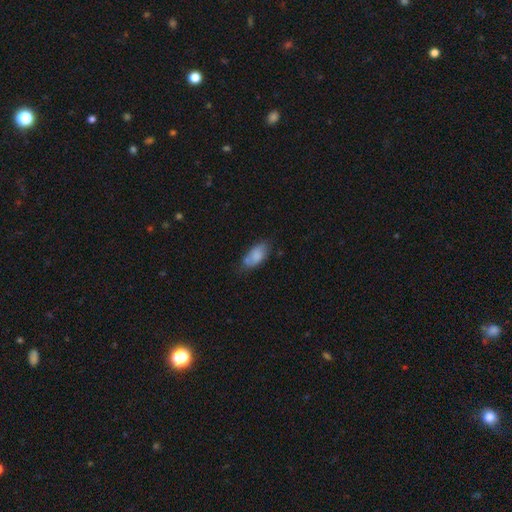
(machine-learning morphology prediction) Smooth or featured? smooth (79%)
How rounded? in between (88%)
Merging? none (58%)